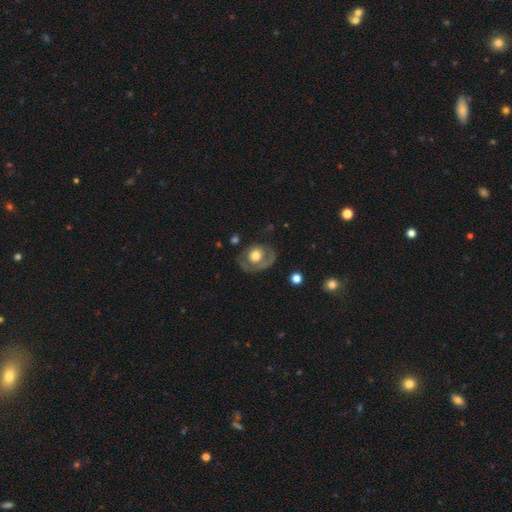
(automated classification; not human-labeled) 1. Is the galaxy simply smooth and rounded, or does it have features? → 47% smooth, 46% featured or disk, 7% star or artifact.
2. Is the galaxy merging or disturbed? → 59% none, 23% minor disturbance, 16% major disturbance, 2% merger.